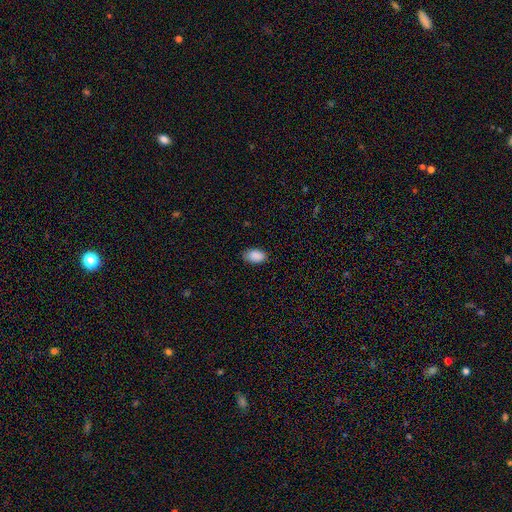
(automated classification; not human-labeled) Smooth or featured: smooth — 89% (star or artifact — 7%)
How rounded: in between — 92% (round — 6%)
Merging: none — 82% (minor disturbance — 15%)